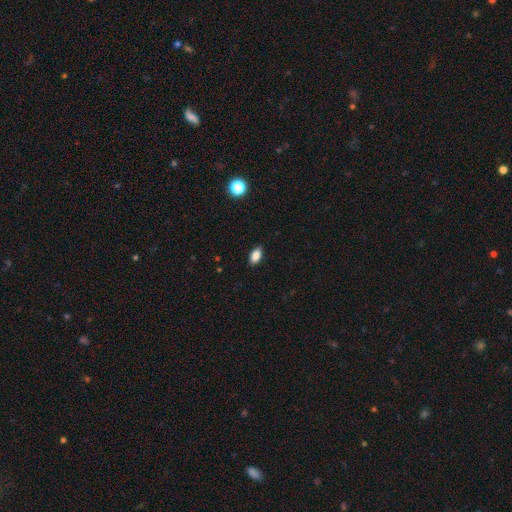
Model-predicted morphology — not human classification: A smooth galaxy with no disk features (87%) that is in between round and cigar-shaped (90%).

Vote fractions:
- Smooth or featured? smooth: 87% / star or artifact: 9% / featured or disk: 5%
- How rounded? in between: 90% / round: 6% / cigar-shaped: 4%
- Merging? none: 89% / minor disturbance: 8% / major disturbance: 2% / merger: 1%